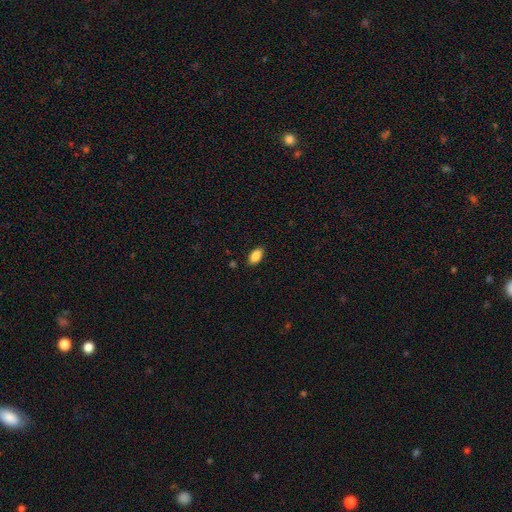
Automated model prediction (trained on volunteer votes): Smooth or featured? smooth (88%)
How rounded? in between (92%)
Merging? none (87%)